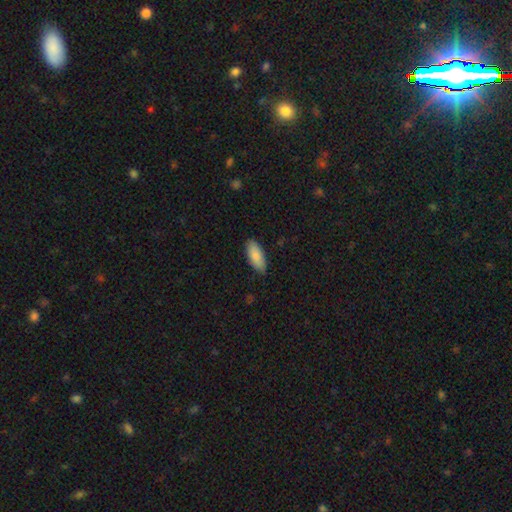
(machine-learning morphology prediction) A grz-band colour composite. It shows a smooth galaxy with no disk features (85%) that is in between round and cigar-shaped (85%). Merging: none (84%).